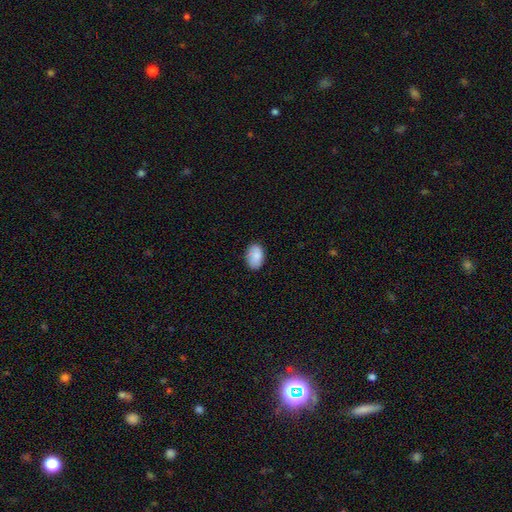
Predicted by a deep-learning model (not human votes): Smooth or featured? Predicted: smooth (p=0.85). How rounded? Predicted: in between (p=0.86). Merging? Predicted: none (p=0.81).